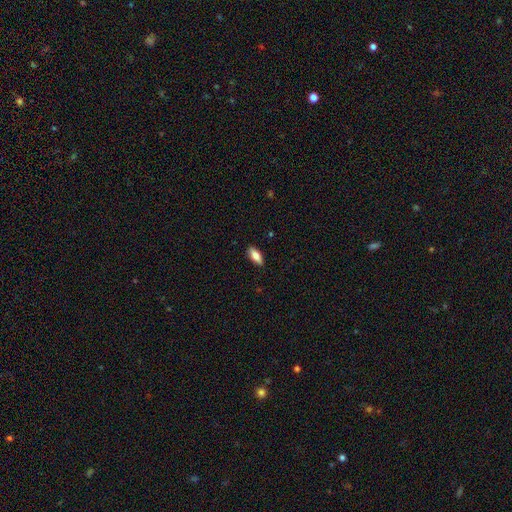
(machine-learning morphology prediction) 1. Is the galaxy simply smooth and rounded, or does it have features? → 81% smooth, 12% featured or disk, 6% star or artifact.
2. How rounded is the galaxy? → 82% in between, 16% cigar-shaped, 2% round.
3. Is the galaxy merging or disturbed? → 88% none, 9% minor disturbance, 2% major disturbance, 1% merger.